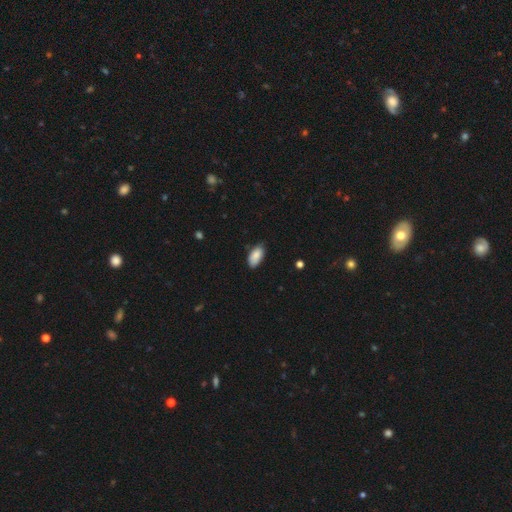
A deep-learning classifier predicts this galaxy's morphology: smooth 87%, star or artifact 7%, featured or disk 7%. Down the decision tree: how rounded — in between (94%); merging — none (73%).